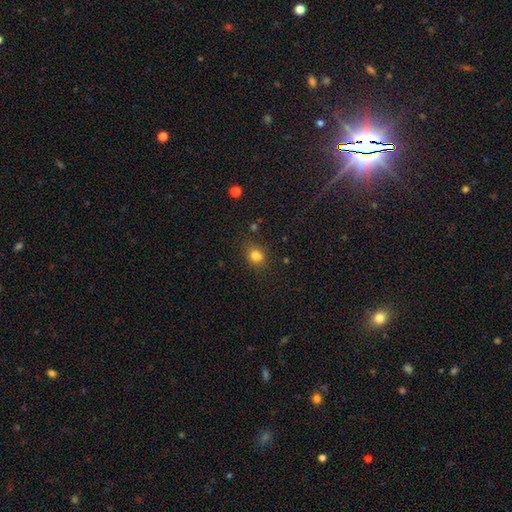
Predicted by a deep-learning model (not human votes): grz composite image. It shows a smooth galaxy with no disk features (82%) that is round (57%). Merging: none (80%).